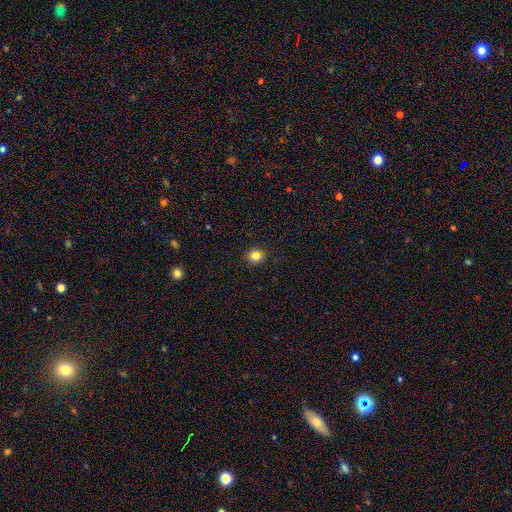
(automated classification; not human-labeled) Smooth or featured? smooth (77%)
How rounded? round (82%)
Merging? none (89%)